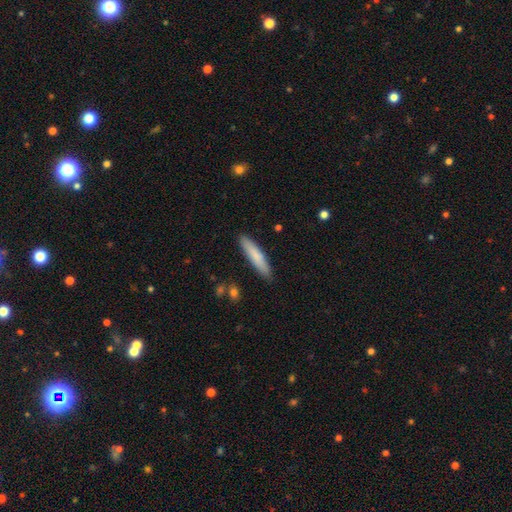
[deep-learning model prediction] Smooth or featured: smooth — 80% (featured or disk — 14%)
How rounded: cigar-shaped — 87% (in between — 12%)
Merging: none — 89% (minor disturbance — 8%)